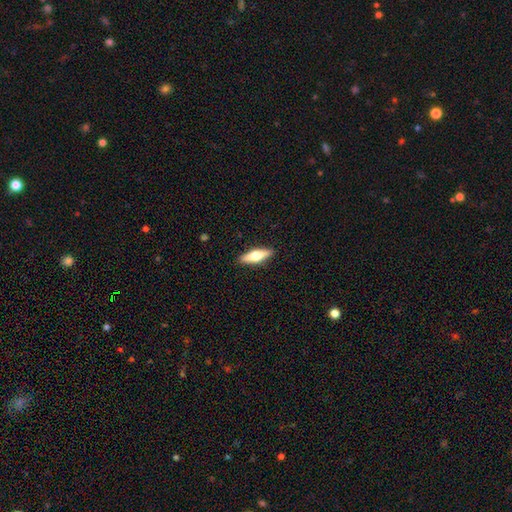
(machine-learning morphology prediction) smooth_or_featured: featured or disk (p=0.48) [alt: smooth p=0.46]
merging: none (p=0.90) [alt: minor disturbance p=0.07]